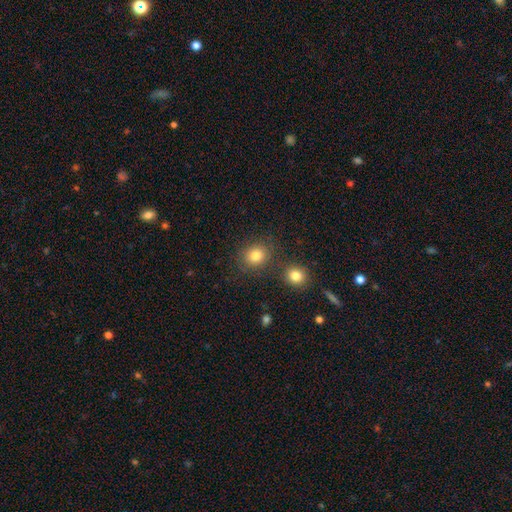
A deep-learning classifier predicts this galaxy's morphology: Smooth or featured: smooth — 82% (star or artifact — 11%)
How rounded: round — 72% (in between — 27%)
Merging: none — 76% (merger — 11%)